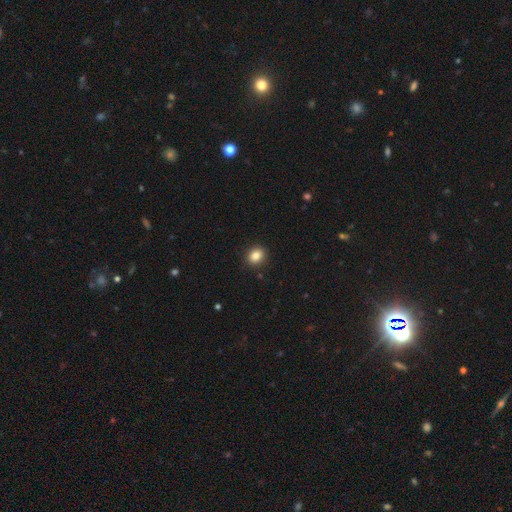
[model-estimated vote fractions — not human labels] A smooth galaxy with no disk features (85%) that is round (67%).

Vote fractions:
- Smooth or featured? smooth: 85% / star or artifact: 10% / featured or disk: 5%
- How rounded? round: 67% / in between: 32% / cigar-shaped: 1%
- Merging? none: 91% / minor disturbance: 6% / major disturbance: 2% / merger: 1%